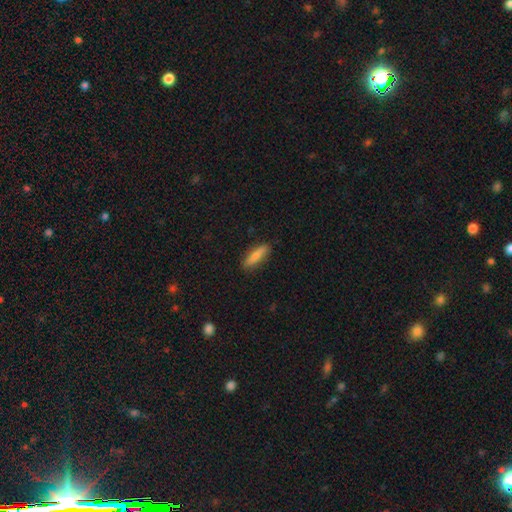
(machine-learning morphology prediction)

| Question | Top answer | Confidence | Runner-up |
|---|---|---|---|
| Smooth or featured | smooth | 78% | featured or disk (16%) |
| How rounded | cigar-shaped | 69% | in between (29%) |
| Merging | none | 86% | minor disturbance (11%) |